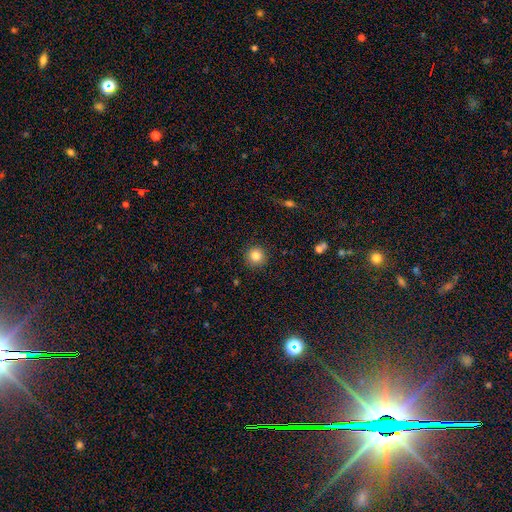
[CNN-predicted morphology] Q: Smooth or featured?
A: smooth (84%); runner-up: star or artifact (10%)
Q: How rounded?
A: round (95%); runner-up: in between (4%)
Q: Merging?
A: none (92%); runner-up: minor disturbance (5%)